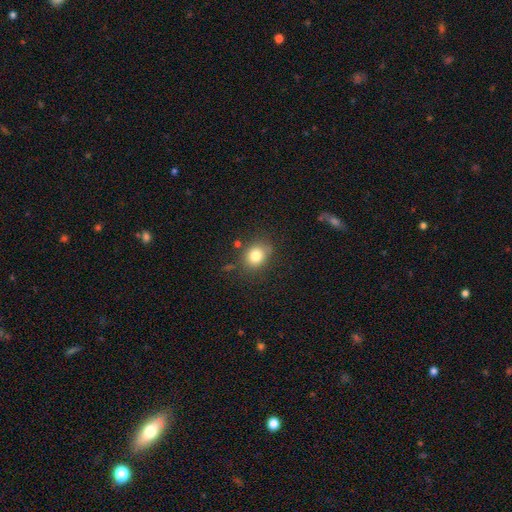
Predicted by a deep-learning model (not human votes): Smooth or featured: smooth — 80% (star or artifact — 11%)
How rounded: round — 63% (in between — 36%)
Merging: none — 76% (minor disturbance — 15%)